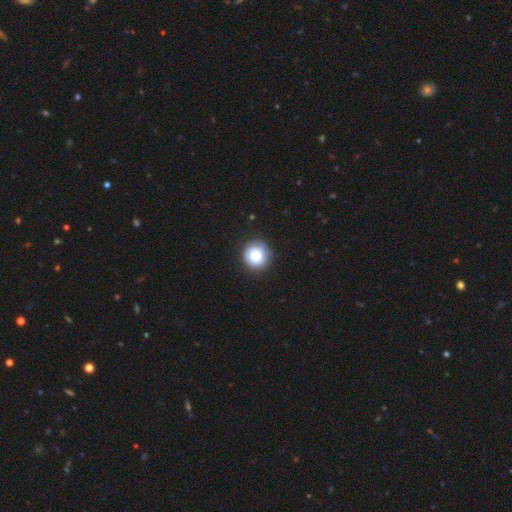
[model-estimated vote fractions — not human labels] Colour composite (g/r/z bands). It shows a smooth galaxy with no disk features (81%) that is round (94%). Merging: none (86%).